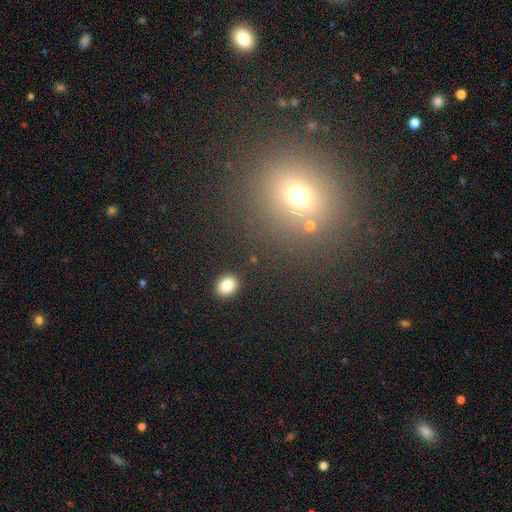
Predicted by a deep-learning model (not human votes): Smooth or featured? smooth (56%)
How rounded? round (78%)
Merging? none (84%)